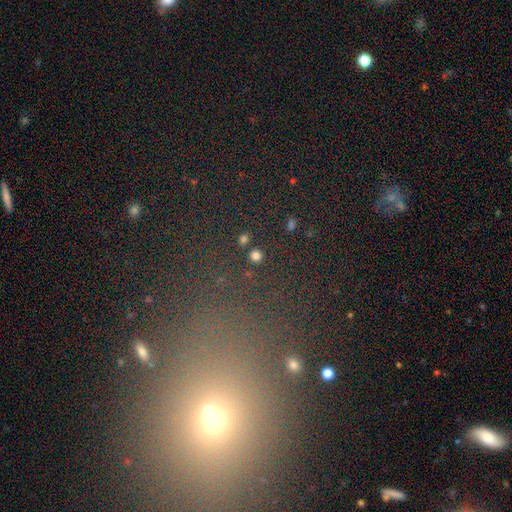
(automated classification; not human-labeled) Morphology: type=smooth (78%); roundness=round (91%); merging=none (85%).